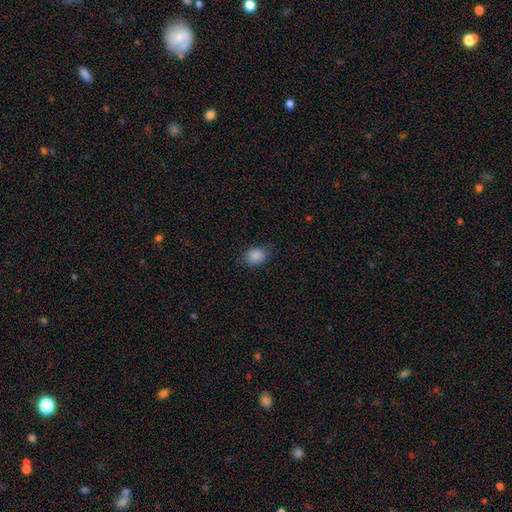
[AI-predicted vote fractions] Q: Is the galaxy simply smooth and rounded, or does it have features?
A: smooth — 87%.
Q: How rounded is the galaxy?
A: in between — 69%.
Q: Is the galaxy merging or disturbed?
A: none — 81%.